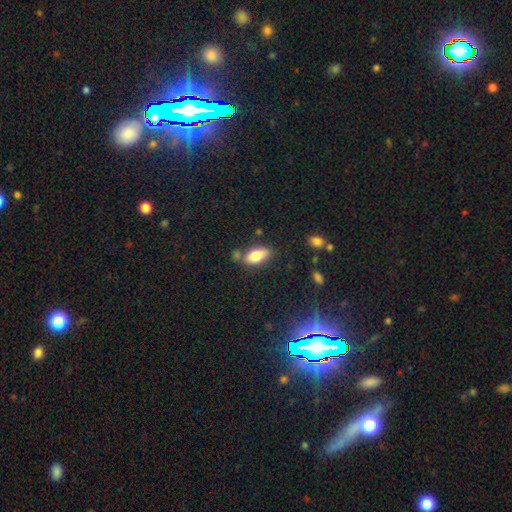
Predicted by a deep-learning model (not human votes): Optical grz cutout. It shows a smooth galaxy with no disk features (79%) that is in between round and cigar-shaped (88%). Merging: none (67%).